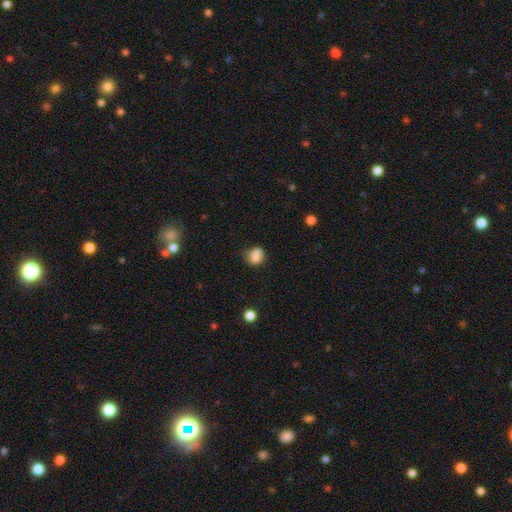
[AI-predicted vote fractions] Smooth or featured?
  - smooth: 80% *
  - star or artifact: 11%
  - featured or disk: 9%
How rounded?
  - round: 53% *
  - in between: 45%
  - cigar-shaped: 1%
Merging?
  - none: 52% *
  - minor disturbance: 30%
  - major disturbance: 9%
  - merger: 9%